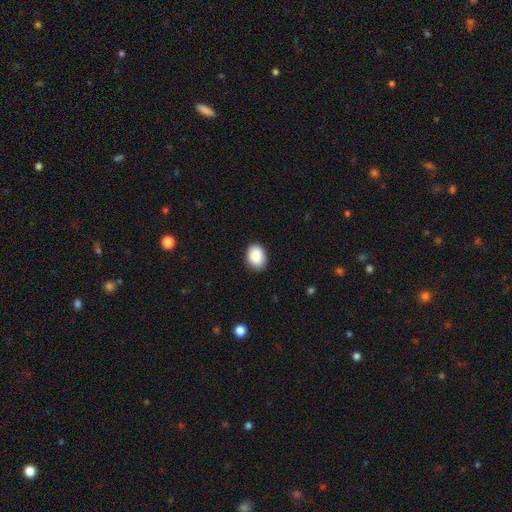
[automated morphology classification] Smooth or featured?
  - smooth: 89% *
  - star or artifact: 7%
  - featured or disk: 4%
How rounded?
  - in between: 72% *
  - round: 28%
  - cigar-shaped: 1%
Merging?
  - none: 87% *
  - minor disturbance: 10%
  - major disturbance: 2%
  - merger: 1%